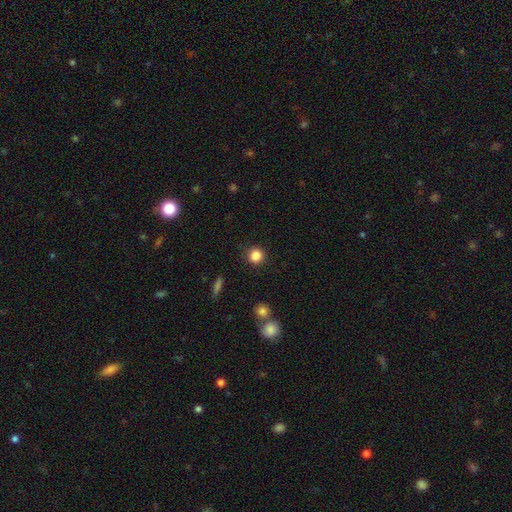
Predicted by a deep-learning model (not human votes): Morphology: type=smooth (85%); roundness=round (92%); merging=none (89%).